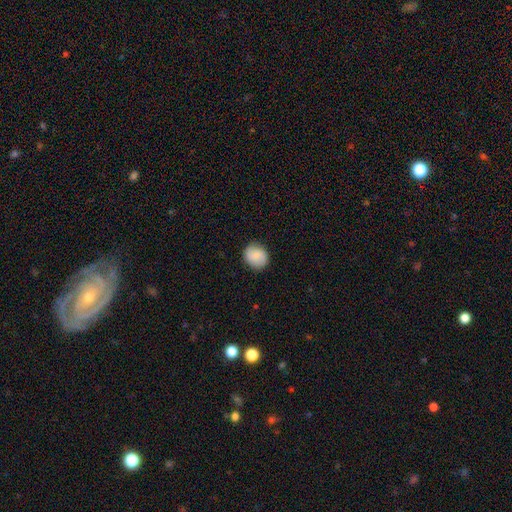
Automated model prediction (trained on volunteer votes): Smooth or featured?
  - smooth: 78% *
  - featured or disk: 15%
  - star or artifact: 7%
How rounded?
  - round: 75% *
  - in between: 24%
  - cigar-shaped: 1%
Merging?
  - none: 85% *
  - minor disturbance: 11%
  - major disturbance: 3%
  - merger: 1%